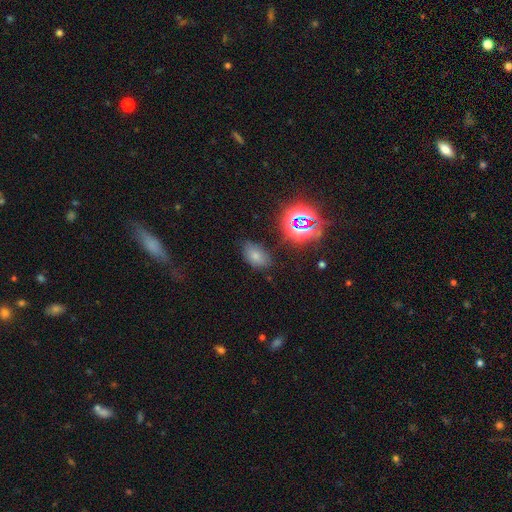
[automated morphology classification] smooth-or-featured: smooth: 69% | star or artifact: 22% | featured or disk: 10%
  how-rounded: in between: 88% | round: 10% | cigar-shaped: 1%
  merging: none: 76% | minor disturbance: 16% | major disturbance: 5% | merger: 3%